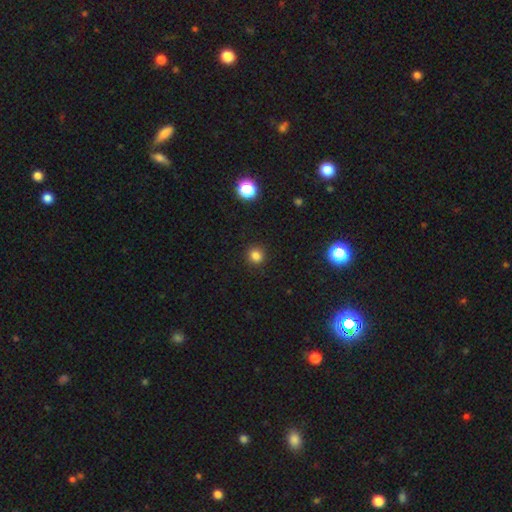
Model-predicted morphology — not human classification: Smooth or featured? Predicted: smooth (p=0.82). How rounded? Predicted: round (p=0.90). Merging? Predicted: none (p=0.91).